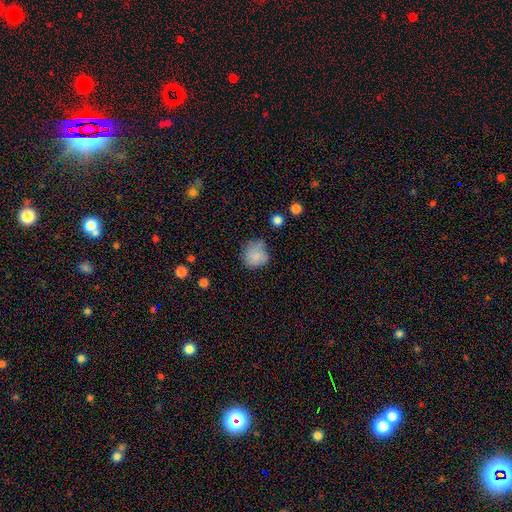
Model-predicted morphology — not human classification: Smooth or featured?
  - smooth: 82% *
  - star or artifact: 10%
  - featured or disk: 8%
How rounded?
  - round: 81% *
  - in between: 18%
  - cigar-shaped: 1%
Merging?
  - none: 59% *
  - minor disturbance: 28%
  - major disturbance: 9%
  - merger: 4%